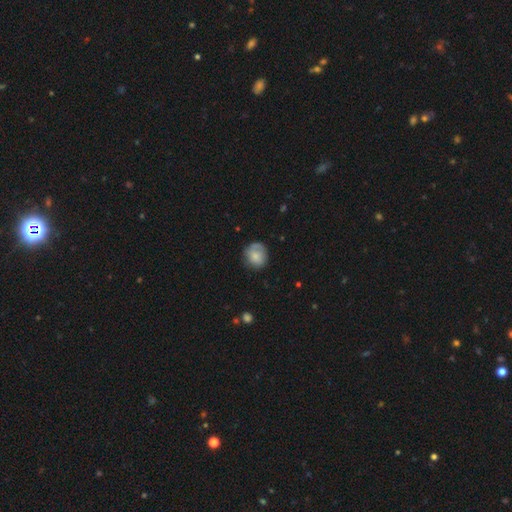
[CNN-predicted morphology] smooth_or_featured: smooth (p=0.73) [alt: featured or disk p=0.19]
how_rounded: round (p=0.79) [alt: in between p=0.20]
merging: none (p=0.65) [alt: minor disturbance p=0.25]